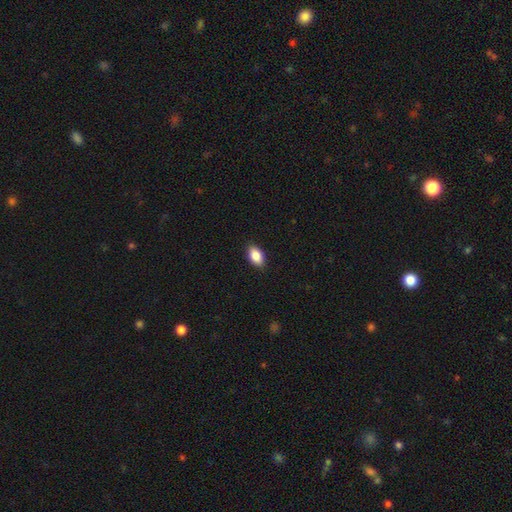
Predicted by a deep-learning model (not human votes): Smooth or featured: smooth — 87% (star or artifact — 7%)
How rounded: in between — 92% (round — 6%)
Merging: none — 89% (minor disturbance — 8%)